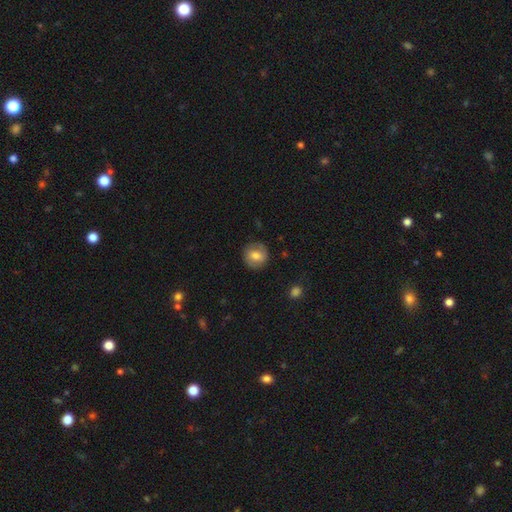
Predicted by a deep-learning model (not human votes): This is likely a smooth galaxy (63%). How rounded: clearly round (85%). Merging: clearly none (84%).